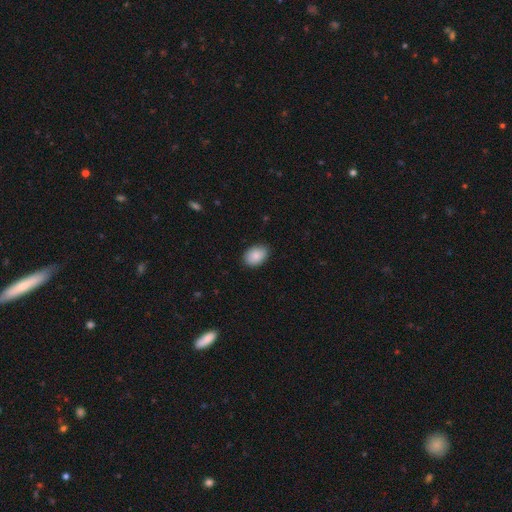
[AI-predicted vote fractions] The model was most divided on "how rounded": in between: 82%, round: 17%, cigar-shaped: 1%. More confident: smooth or featured — smooth (88%); merging — none (86%).